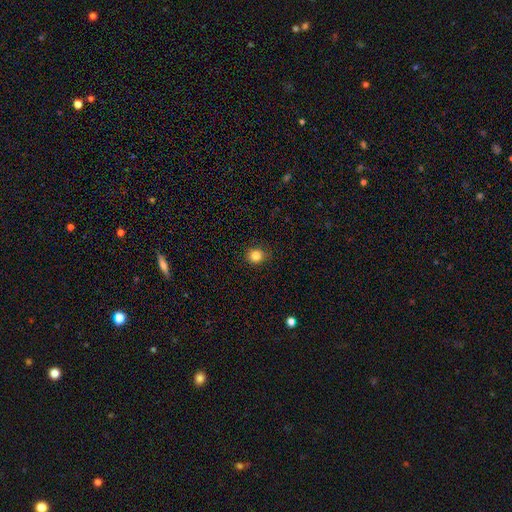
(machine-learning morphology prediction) smooth 84%, star or artifact 11%, featured or disk 5%. Down the decision tree: how rounded — round (85%); merging — none (89%).